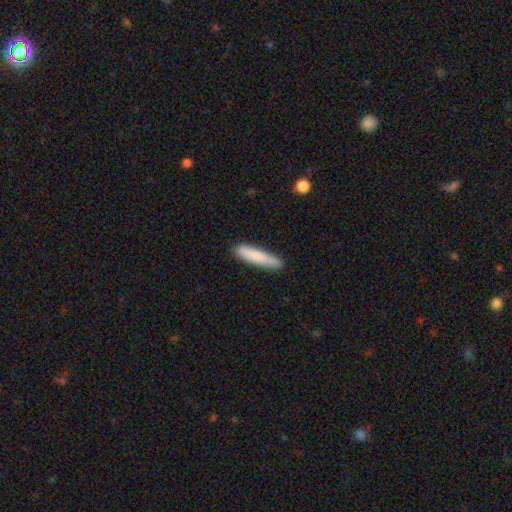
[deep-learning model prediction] Q: Smooth or featured?
A: smooth (82%); runner-up: featured or disk (13%)
Q: How rounded?
A: cigar-shaped (88%); runner-up: in between (10%)
Q: Merging?
A: none (85%); runner-up: minor disturbance (12%)